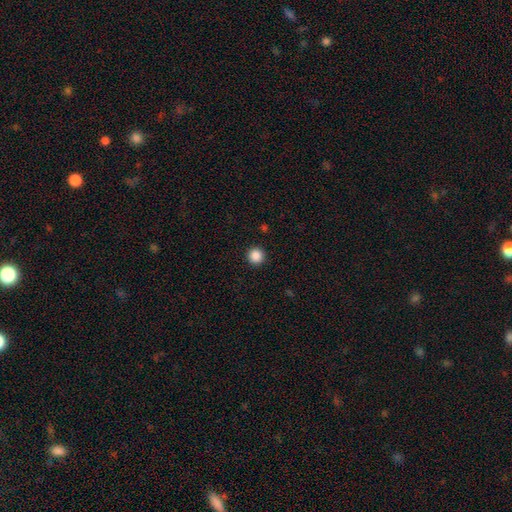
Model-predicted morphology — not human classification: Q: Smooth or featured?
A: smooth (87%); runner-up: star or artifact (10%)
Q: How rounded?
A: round (96%); runner-up: in between (3%)
Q: Merging?
A: none (93%); runner-up: minor disturbance (4%)